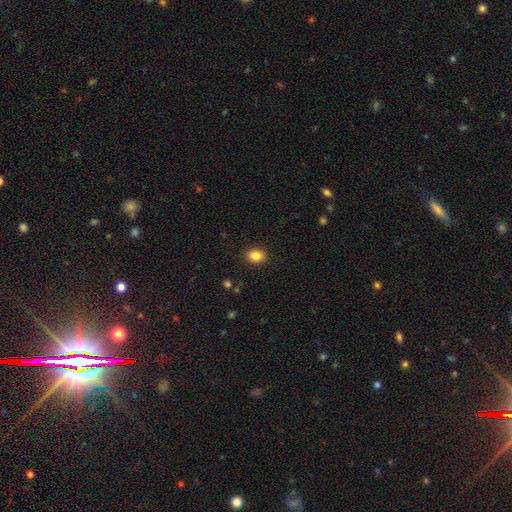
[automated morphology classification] A smooth galaxy with no disk features (85%) that is in between round and cigar-shaped (52%). Merging: none (90%).